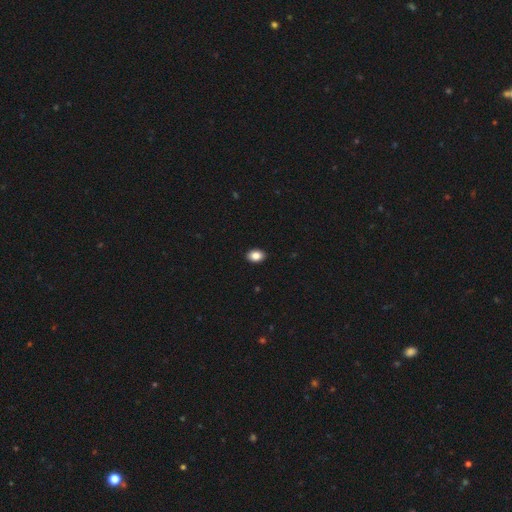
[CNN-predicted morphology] type=smooth (87%); roundness=in between (77%); merging=none (90%).